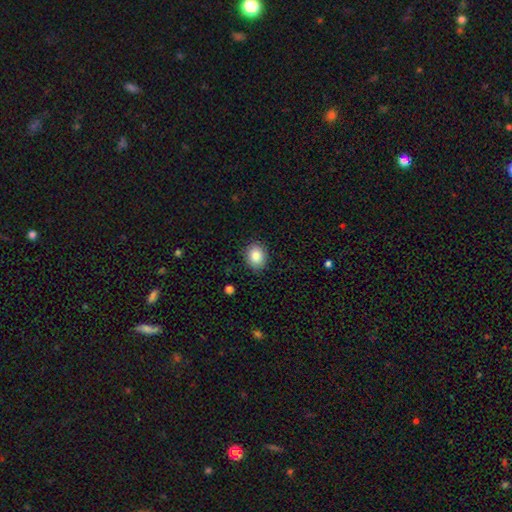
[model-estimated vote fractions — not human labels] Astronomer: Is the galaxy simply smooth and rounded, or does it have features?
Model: smooth — 86%.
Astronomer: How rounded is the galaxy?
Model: round — 54% (runner-up: in between, 45%).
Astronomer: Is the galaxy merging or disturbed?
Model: none — 87%.